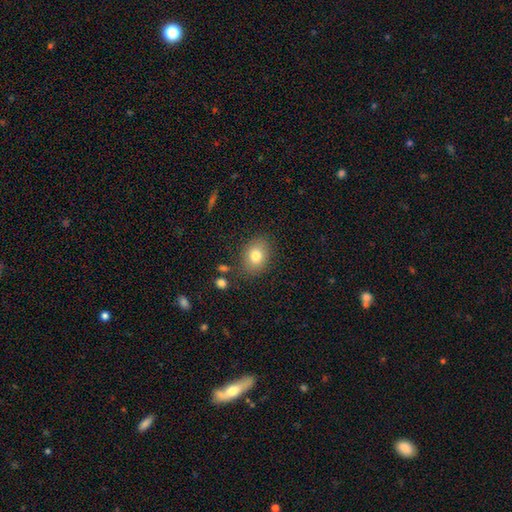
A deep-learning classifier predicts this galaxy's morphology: The model was most divided on "how rounded": in between: 61%, round: 38%, cigar-shaped: 1%. More confident: merging — none (82%); smooth or featured — smooth (79%).